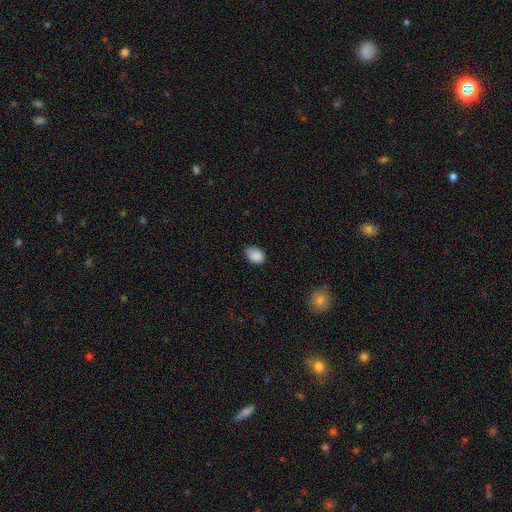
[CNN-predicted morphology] Smooth or featured? Predicted: smooth (p=0.88). How rounded? Predicted: in between (p=0.77). Merging? Predicted: none (p=0.71).